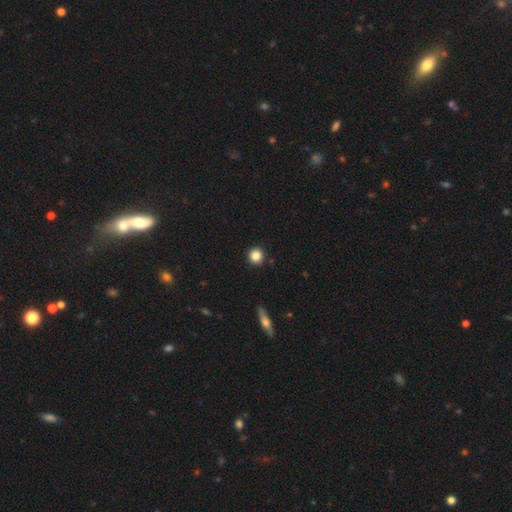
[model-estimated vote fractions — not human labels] smooth-or-featured: smooth: 86% | star or artifact: 10% | featured or disk: 5%
  how-rounded: round: 94% | in between: 5% | cigar-shaped: 1%
  merging: none: 91% | minor disturbance: 7% | major disturbance: 2% | merger: 1%